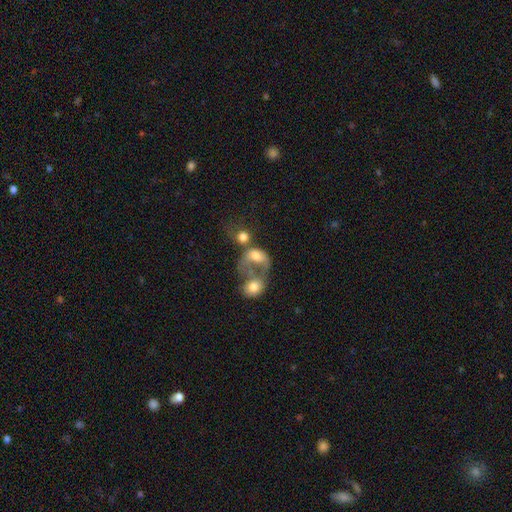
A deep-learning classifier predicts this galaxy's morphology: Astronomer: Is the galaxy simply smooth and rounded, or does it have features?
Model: smooth — 61%.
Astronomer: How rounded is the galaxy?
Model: in between — 61% (runner-up: round, 38%).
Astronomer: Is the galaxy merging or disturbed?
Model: merger — 66%.